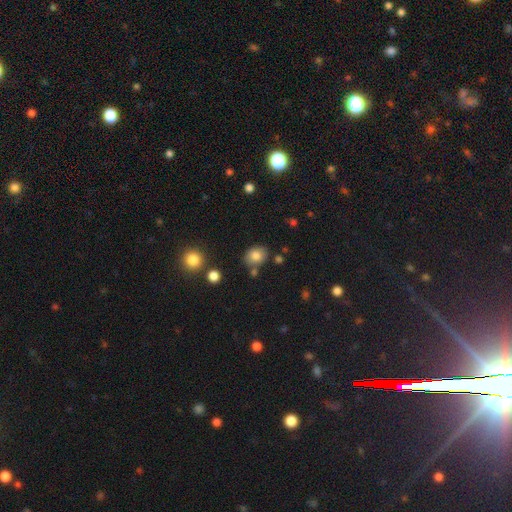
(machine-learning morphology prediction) This is clearly a smooth galaxy (81%). How rounded: possibly in between (50%). Merging: likely none (78%).